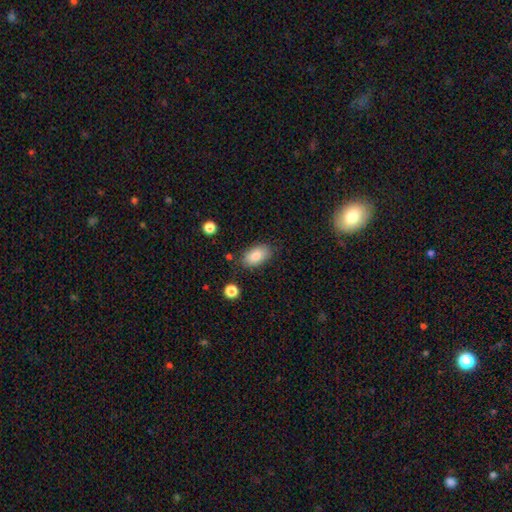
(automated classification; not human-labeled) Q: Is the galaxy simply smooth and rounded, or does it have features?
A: smooth — 83%.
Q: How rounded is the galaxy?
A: in between — 92%.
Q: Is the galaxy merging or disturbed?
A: none — 80%.